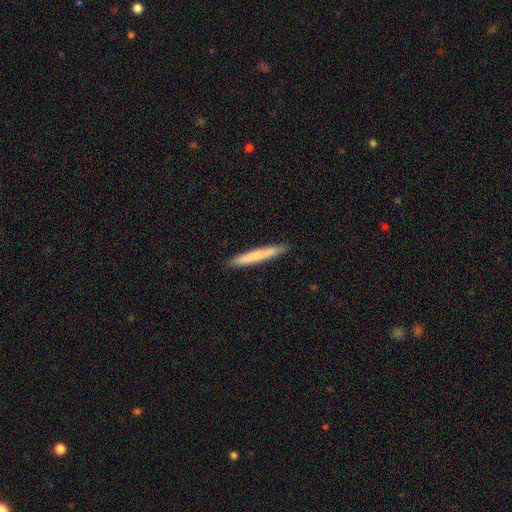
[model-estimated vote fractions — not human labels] smooth 75%, featured or disk 20%, star or artifact 5%. Down the decision tree: how rounded — cigar-shaped (96%); merging — none (91%).